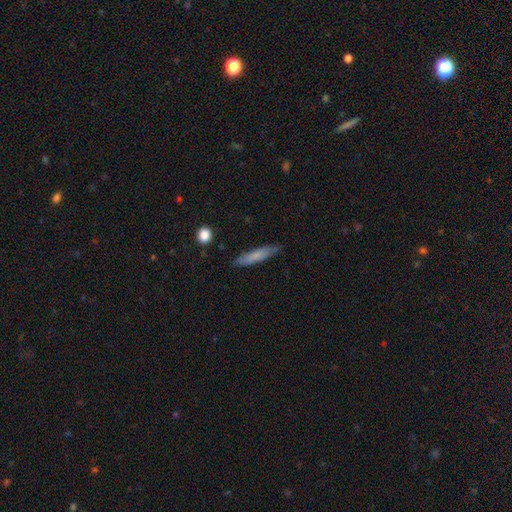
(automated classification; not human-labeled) The model was most divided on "smooth or featured": smooth: 71%, featured or disk: 22%, star or artifact: 6%. More confident: how rounded — cigar-shaped (89%); merging — none (84%).